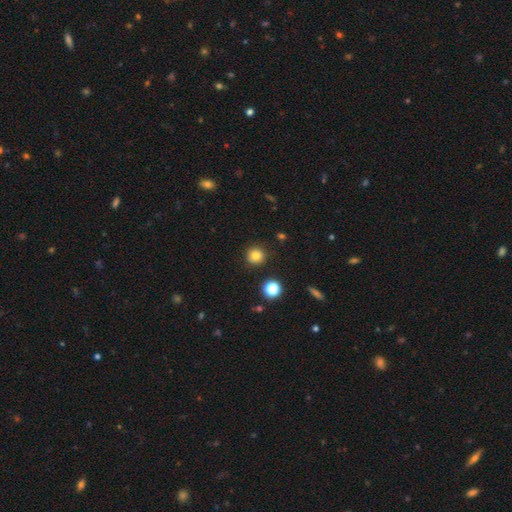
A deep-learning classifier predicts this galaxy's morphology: The model was most divided on "smooth or featured": smooth: 80%, star or artifact: 13%, featured or disk: 7%. More confident: how rounded — round (94%); merging — none (90%).